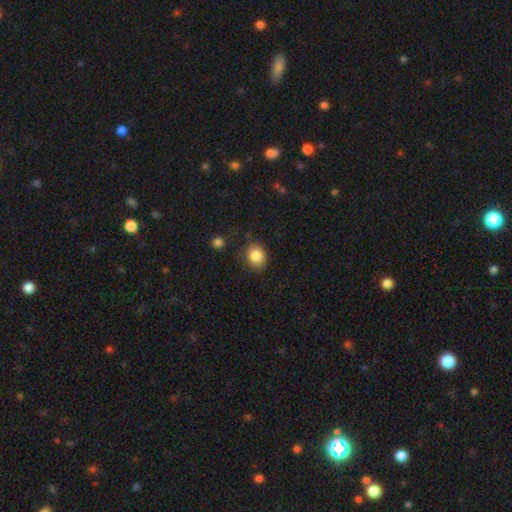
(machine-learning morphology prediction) This appears to be a smooth galaxy with no disk features (86%) that is round (66%). Merging: none (81%).